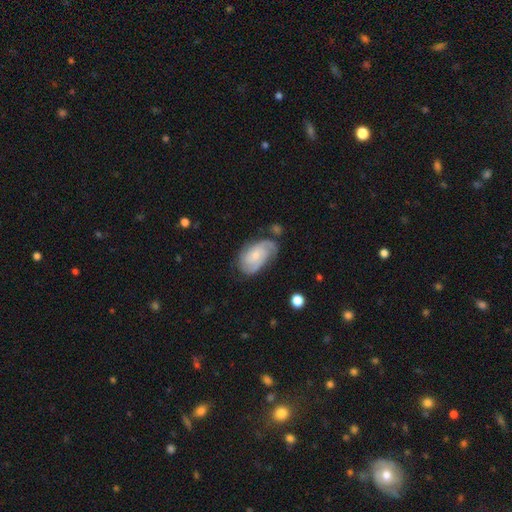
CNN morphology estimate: This is likely a featured or disk galaxy (72%). It is clearly not viewed edge-on (97%). Bar: likely no (66%). Spiral arm pattern: clearly yes (94%). Spiral arm count: marginally 2 (34%). Spiral winding: possibly tight (49%). Central bulge: likely small (61%). Merging: likely none (61%).